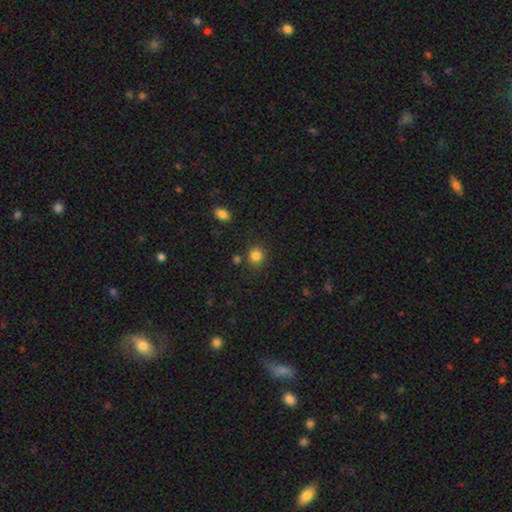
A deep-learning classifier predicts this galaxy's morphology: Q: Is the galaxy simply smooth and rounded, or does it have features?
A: smooth — 84%.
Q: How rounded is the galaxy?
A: round — 87%.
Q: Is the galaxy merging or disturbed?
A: none — 83%.